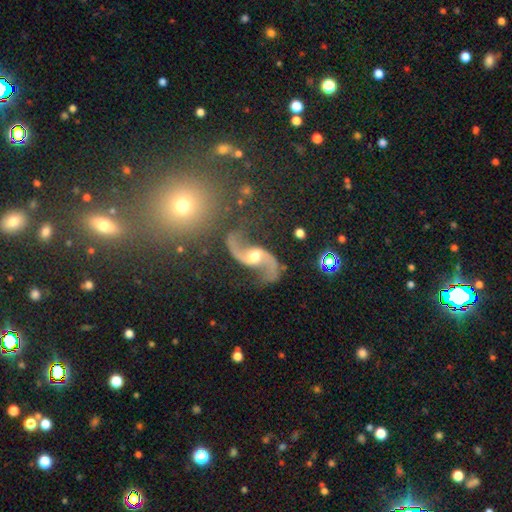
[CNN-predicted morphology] Q: Smooth or featured?
A: featured or disk (92%); runner-up: star or artifact (5%)
Q: Edge-on disk?
A: no (97%); runner-up: yes (3%)
Q: Bar?
A: no (57%); runner-up: weak (31%)
Q: Spiral arms?
A: yes (97%); runner-up: no (3%)
Q: Spiral winding?
A: loose (84%); runner-up: medium (12%)
Q: Spiral arm count?
A: 2 (95%); runner-up: 1 (1%)
Q: Bulge size?
A: moderate (67%); runner-up: small (17%)
Q: Merging?
A: none (72%); runner-up: minor disturbance (14%)